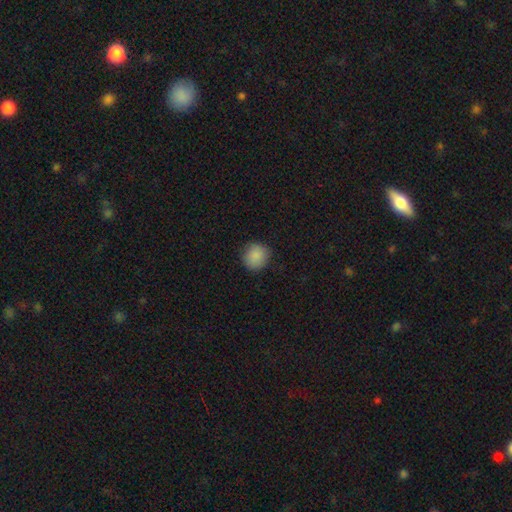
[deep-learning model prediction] Q: Smooth or featured?
A: smooth (88%); runner-up: star or artifact (8%)
Q: How rounded?
A: round (90%); runner-up: in between (9%)
Q: Merging?
A: none (87%); runner-up: minor disturbance (9%)